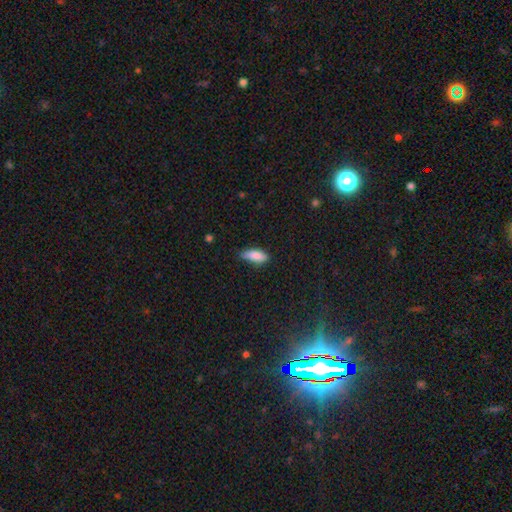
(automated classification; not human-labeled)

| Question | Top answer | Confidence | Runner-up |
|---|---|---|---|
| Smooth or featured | smooth | 85% | featured or disk (8%) |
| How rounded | in between | 69% | cigar-shaped (29%) |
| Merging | none | 69% | minor disturbance (25%) |